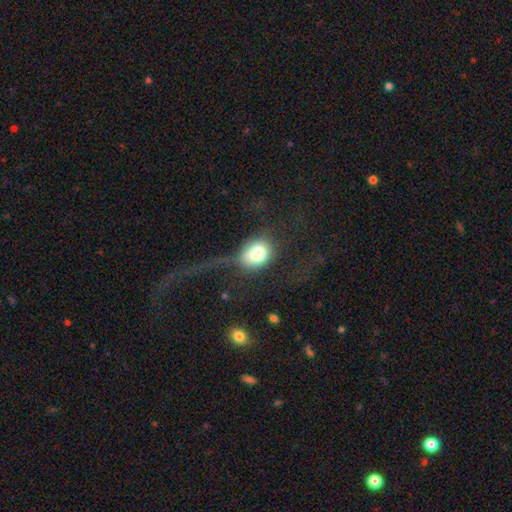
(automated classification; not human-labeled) Morphology: type=smooth (68%); roundness=round (49%, tied with in between); merging=none (38%).